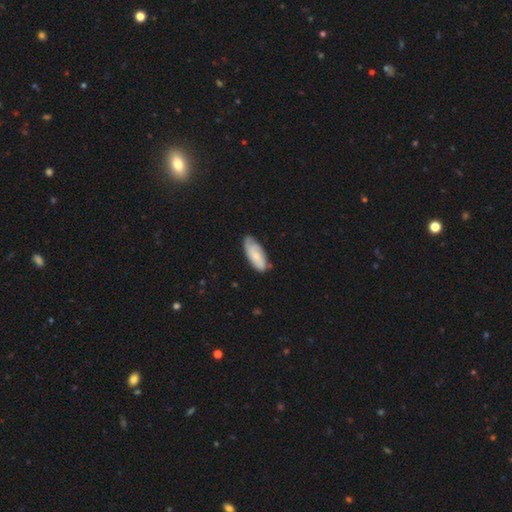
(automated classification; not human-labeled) The model was most divided on "smooth or featured": smooth: 68%, featured or disk: 26%, star or artifact: 6%. More confident: how rounded — in between (77%); merging — none (69%).